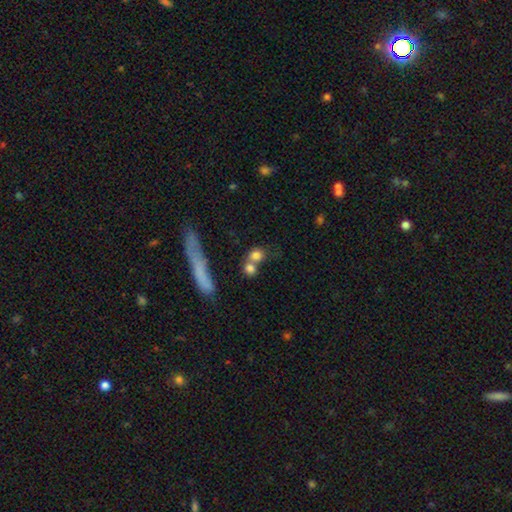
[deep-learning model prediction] smooth_or_featured: smooth (p=0.75) [alt: featured or disk p=0.14]
how_rounded: round (p=0.74) [alt: in between p=0.20]
merging: merger (p=0.46) [alt: none p=0.40]